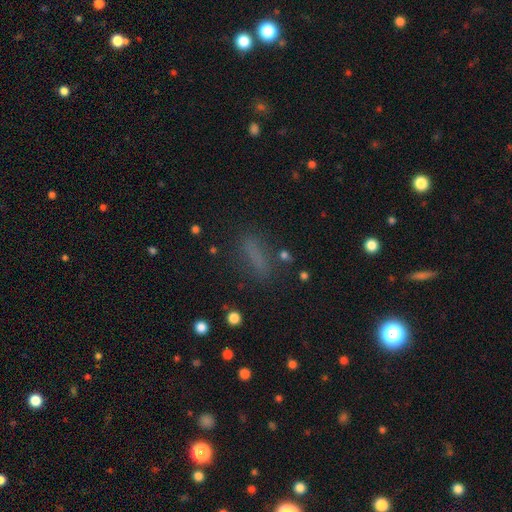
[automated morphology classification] A smooth galaxy with no disk features (70%) that is cigar-shaped (56%). Merging: none (77%).